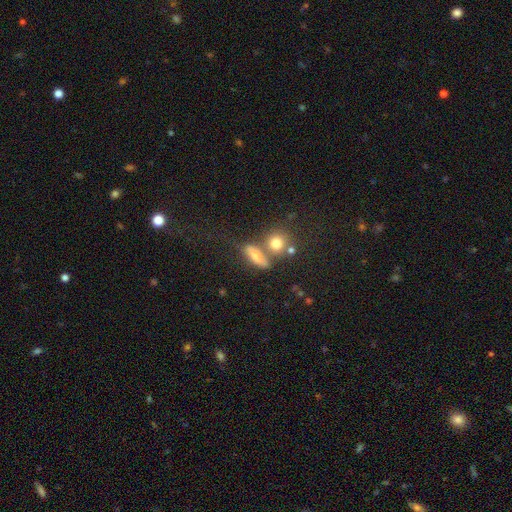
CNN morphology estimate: The model was most divided on "how rounded": in between: 49%, cigar-shaped: 29%, round: 21%. More confident: smooth or featured — smooth (63%); merging — none (52%).